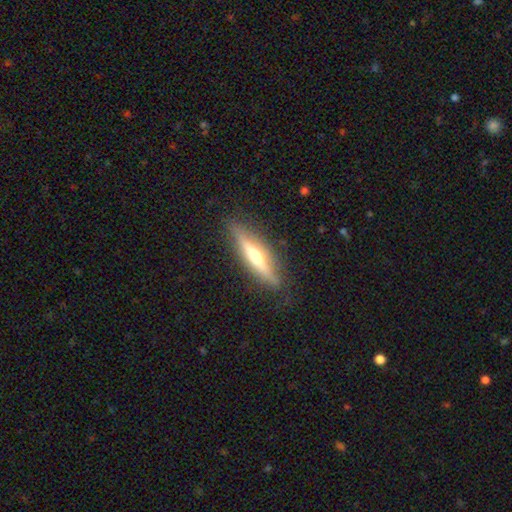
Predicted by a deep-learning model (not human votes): Q: Smooth or featured?
A: featured or disk (63%); runner-up: smooth (31%)
Q: Edge-on disk?
A: yes (92%); runner-up: no (8%)
Q: Edge-on bulge?
A: rounded (88%); runner-up: none (6%)
Q: Merging?
A: none (84%); runner-up: minor disturbance (11%)